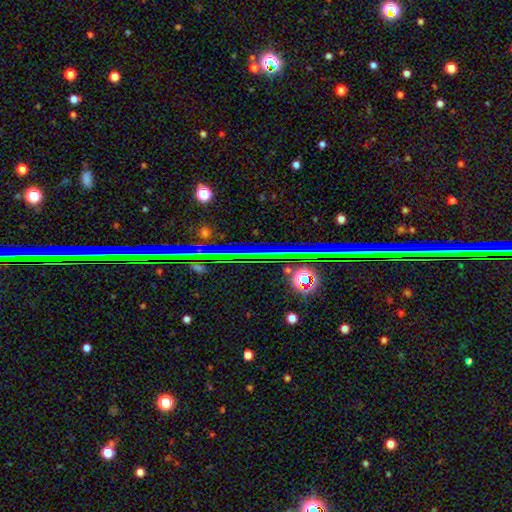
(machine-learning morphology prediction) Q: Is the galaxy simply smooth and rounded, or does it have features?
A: star or artifact — 78%.